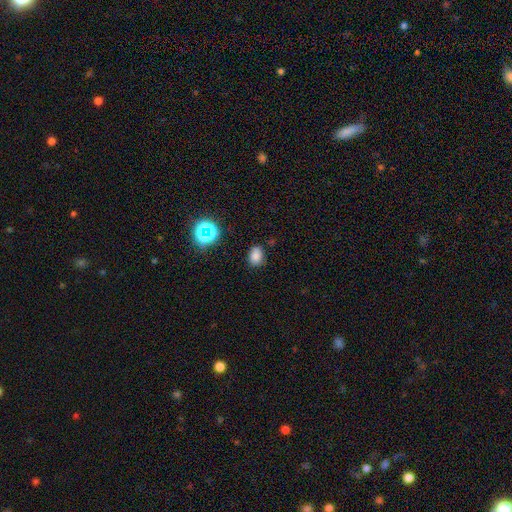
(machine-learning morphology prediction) Smooth or featured?
  - smooth: 78% *
  - star or artifact: 17%
  - featured or disk: 5%
How rounded?
  - in between: 70% *
  - round: 28%
  - cigar-shaped: 1%
Merging?
  - none: 81% *
  - minor disturbance: 14%
  - major disturbance: 3%
  - merger: 2%